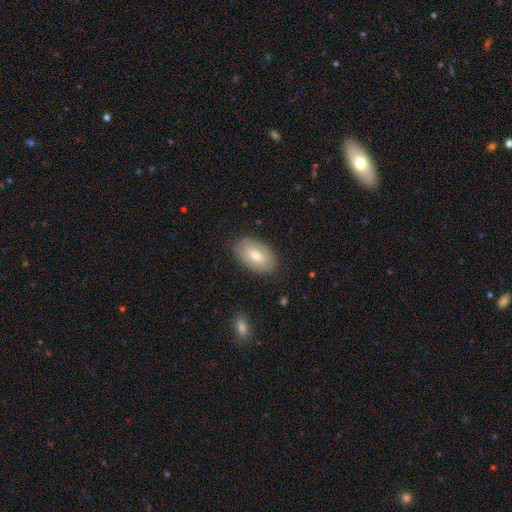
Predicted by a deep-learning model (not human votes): This is likely a smooth galaxy (67%). How rounded: clearly in between (94%). Merging: clearly none (84%).